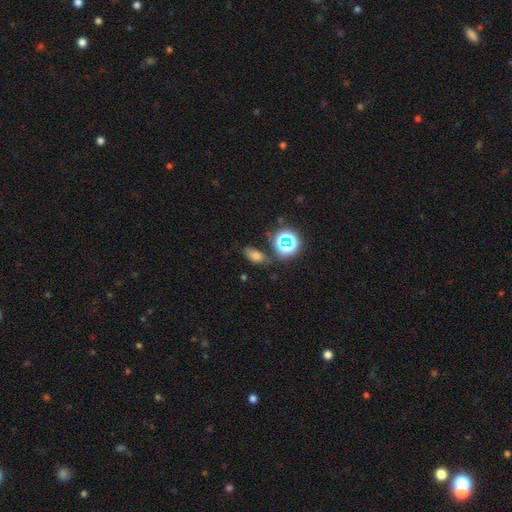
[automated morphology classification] type=smooth (64%); roundness=in between (83%); merging=none (72%).